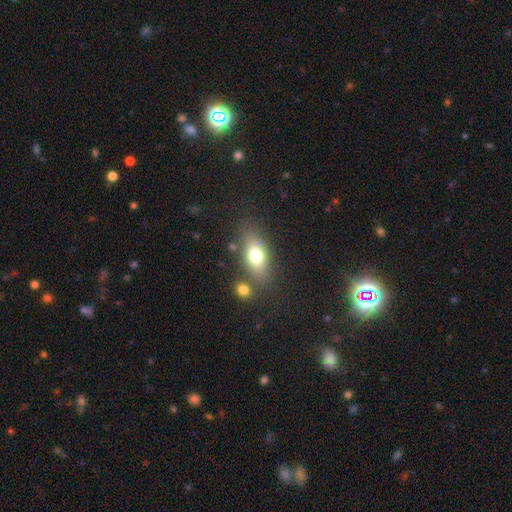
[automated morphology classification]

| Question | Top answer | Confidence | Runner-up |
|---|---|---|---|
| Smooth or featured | smooth | 71% | featured or disk (19%) |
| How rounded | in between | 79% | round (12%) |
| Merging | none | 72% | minor disturbance (13%) |